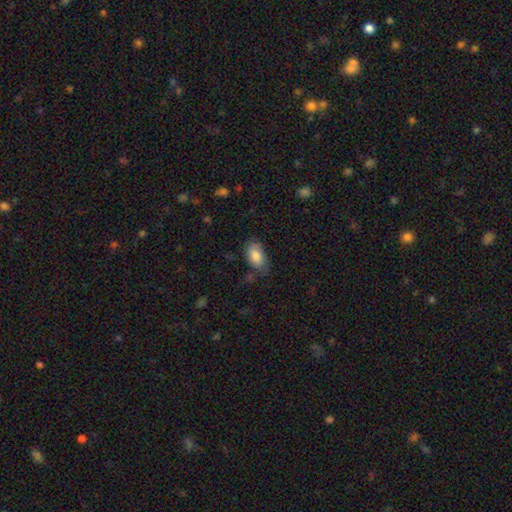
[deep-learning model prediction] Smooth or featured: smooth — 84% (featured or disk — 9%)
How rounded: in between — 93% (round — 5%)
Merging: none — 70% (minor disturbance — 23%)